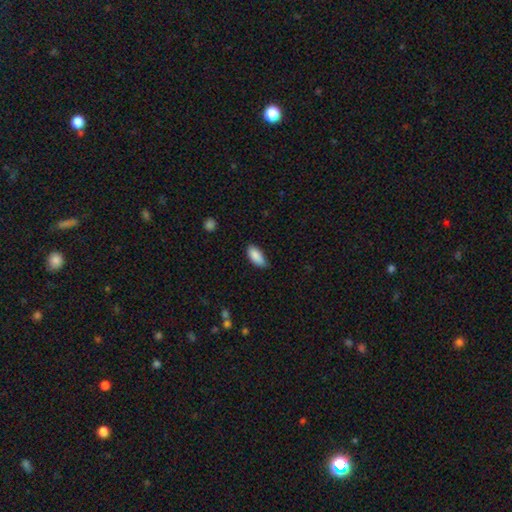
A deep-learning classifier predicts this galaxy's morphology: A smooth galaxy with no disk features (88%) that is in between round and cigar-shaped (90%).

Vote fractions:
- Smooth or featured? smooth: 88% / star or artifact: 7% / featured or disk: 5%
- How rounded? in between: 90% / cigar-shaped: 8% / round: 2%
- Merging? none: 69% / minor disturbance: 27% / major disturbance: 3% / merger: 1%